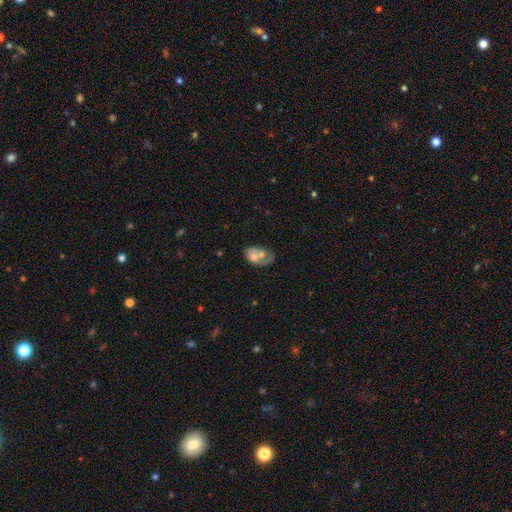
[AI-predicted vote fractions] smooth_or_featured: smooth (p=0.53) [alt: featured or disk p=0.38]
how_rounded: in between (p=0.84) [alt: round p=0.14]
merging: merger (p=0.36) [alt: none p=0.27]